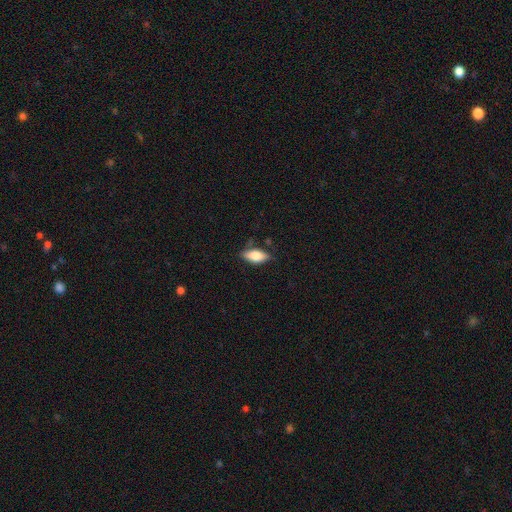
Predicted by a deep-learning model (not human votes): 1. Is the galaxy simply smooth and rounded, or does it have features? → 71% smooth, 22% featured or disk, 7% star or artifact.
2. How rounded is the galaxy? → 83% in between, 14% cigar-shaped, 3% round.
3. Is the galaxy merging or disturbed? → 75% none, 19% minor disturbance, 4% major disturbance, 2% merger.